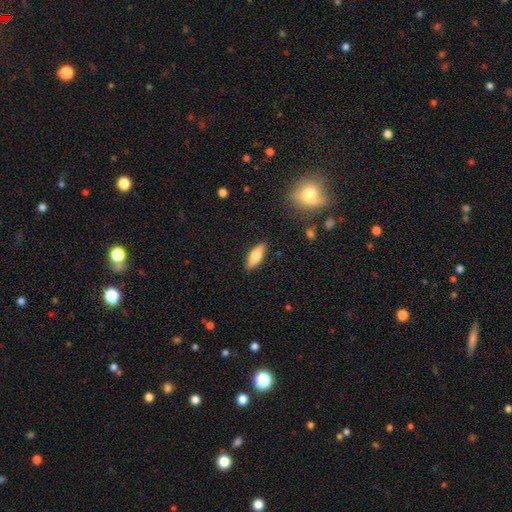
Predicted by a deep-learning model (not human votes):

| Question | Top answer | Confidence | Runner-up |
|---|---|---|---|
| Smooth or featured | smooth | 66% | featured or disk (27%) |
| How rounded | in between | 61% | cigar-shaped (37%) |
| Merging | none | 88% | minor disturbance (9%) |